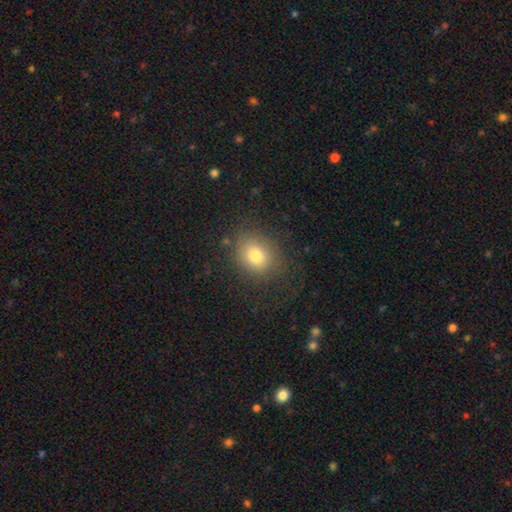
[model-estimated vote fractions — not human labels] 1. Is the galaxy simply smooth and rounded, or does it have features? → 78% smooth, 12% star or artifact, 10% featured or disk.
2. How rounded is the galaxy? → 57% round, 42% in between, 1% cigar-shaped.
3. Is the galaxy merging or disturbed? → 77% none, 14% minor disturbance, 7% major disturbance, 2% merger.